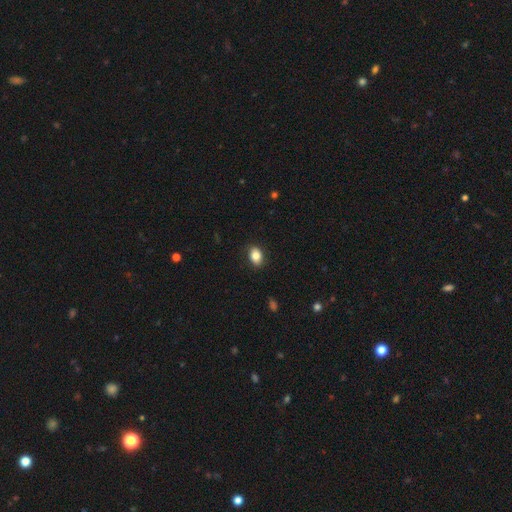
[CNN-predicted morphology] smooth-or-featured: smooth: 85% | star or artifact: 8% | featured or disk: 7%
  how-rounded: in between: 77% | round: 22% | cigar-shaped: 1%
  merging: none: 86% | minor disturbance: 11% | major disturbance: 2% | merger: 1%